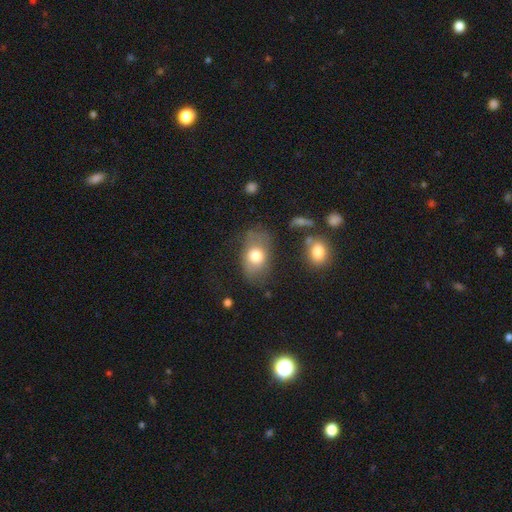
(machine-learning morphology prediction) A smooth galaxy with no disk features (73%) that is in between round and cigar-shaped (78%).

Vote fractions:
- Smooth or featured? smooth: 73% / featured or disk: 18% / star or artifact: 9%
- How rounded? in between: 78% / round: 21% / cigar-shaped: 2%
- Merging? none: 59% / minor disturbance: 24% / major disturbance: 13% / merger: 4%